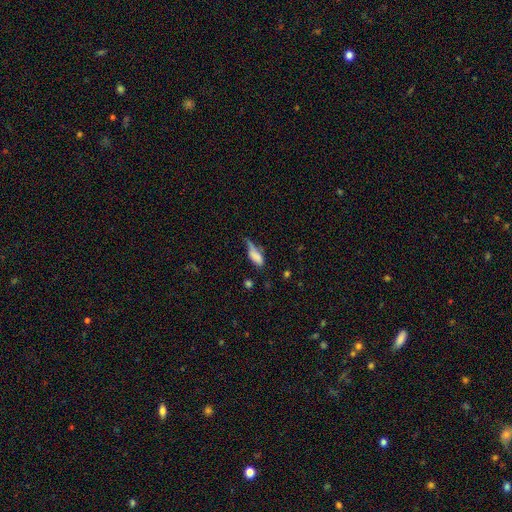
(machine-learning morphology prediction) Q: Smooth or featured?
A: smooth (73%); runner-up: featured or disk (17%)
Q: How rounded?
A: in between (71%); runner-up: cigar-shaped (26%)
Q: Merging?
A: minor disturbance (36%); runner-up: none (28%)